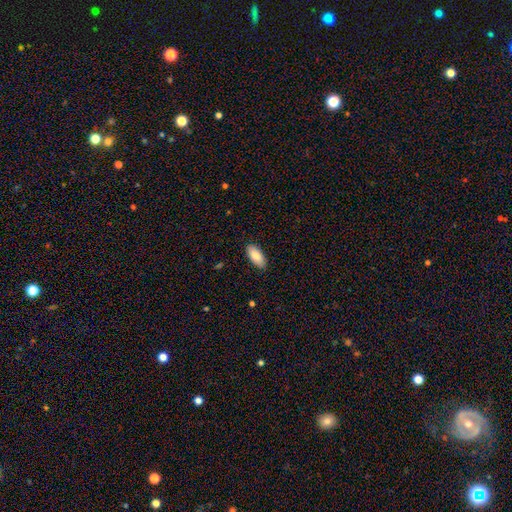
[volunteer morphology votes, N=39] Smooth or featured? 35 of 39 (90%) said smooth. How rounded? 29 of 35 (83%) said in between. Merging? 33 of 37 (89%) said none.